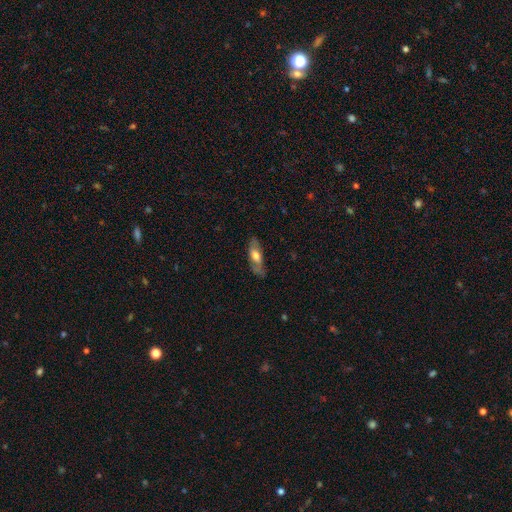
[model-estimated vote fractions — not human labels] Morphology: type=smooth (50%); merging=none (72%).